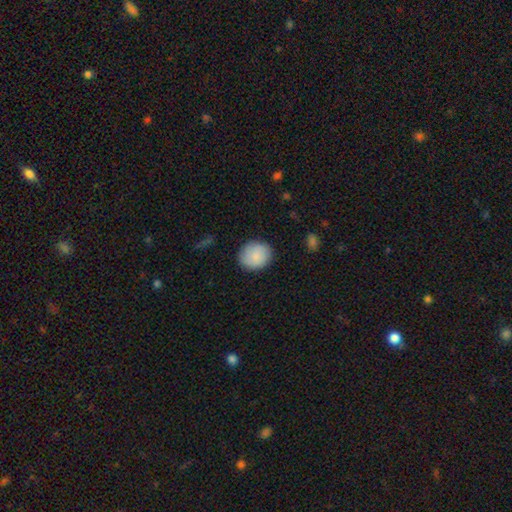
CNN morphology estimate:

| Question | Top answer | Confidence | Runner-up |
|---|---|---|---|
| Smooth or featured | smooth | 87% | featured or disk (7%) |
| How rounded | round | 78% | in between (21%) |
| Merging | none | 87% | minor disturbance (9%) |